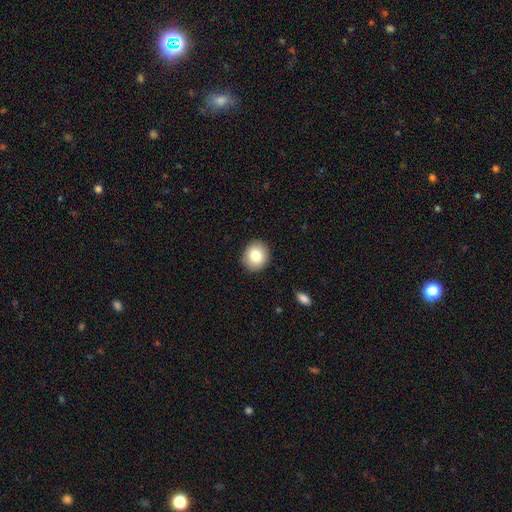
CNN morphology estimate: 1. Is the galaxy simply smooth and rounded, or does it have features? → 81% smooth, 10% featured or disk, 9% star or artifact.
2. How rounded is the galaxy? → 78% round, 21% in between, 1% cigar-shaped.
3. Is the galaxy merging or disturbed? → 90% none, 7% minor disturbance, 2% major disturbance, 1% merger.